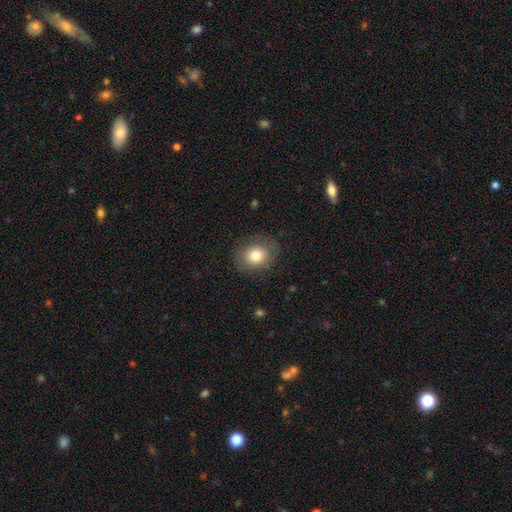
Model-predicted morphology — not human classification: A smooth galaxy with no disk features (79%) that is round (59%).

Vote fractions:
- Smooth or featured? smooth: 79% / featured or disk: 12% / star or artifact: 9%
- How rounded? round: 59% / in between: 40% / cigar-shaped: 1%
- Merging? none: 82% / minor disturbance: 12% / major disturbance: 4% / merger: 1%